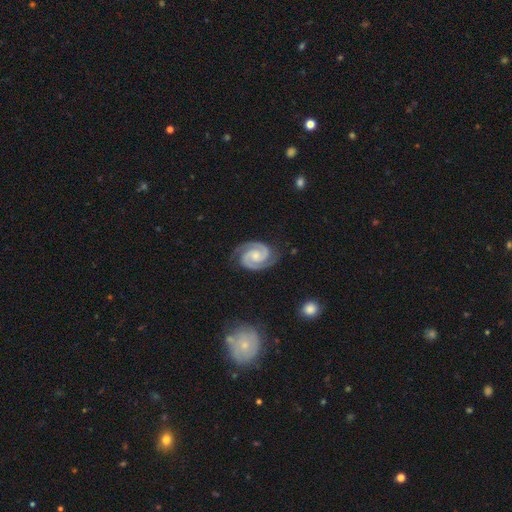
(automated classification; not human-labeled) A featured or disk galaxy (93%) with no bar (57%), 2 (94%) tight (61%) spiral arms (99%) and a small central bulge (42%).

Vote fractions:
- Smooth or featured? featured or disk: 93% / star or artifact: 4% / smooth: 3%
- Edge-on disk? no: 98% / yes: 2%
- Bar? no: 57% / weak: 32% / strong: 11%
- Spiral arms? yes: 99% / no: 1%
- Spiral winding? tight: 61% / medium: 35% / loose: 4%
- Spiral arm count? 2: 94% / can't tell: 1% / 3: 1% / 1: 1% / 4: 1% / more than 4: 1%
- Bulge size? small: 42% / moderate: 41% / none: 13% / large: 3% / dominant: 1%
- Merging? none: 83% / minor disturbance: 13% / major disturbance: 3% / merger: 1%